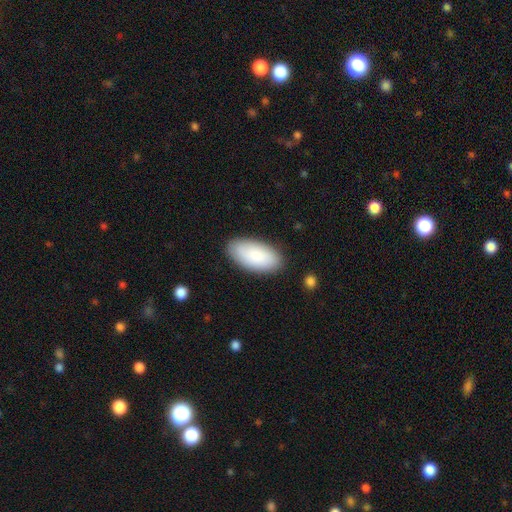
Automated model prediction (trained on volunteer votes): Overall: smooth (85%). How rounded: in between (94%). Merging: none (86%).